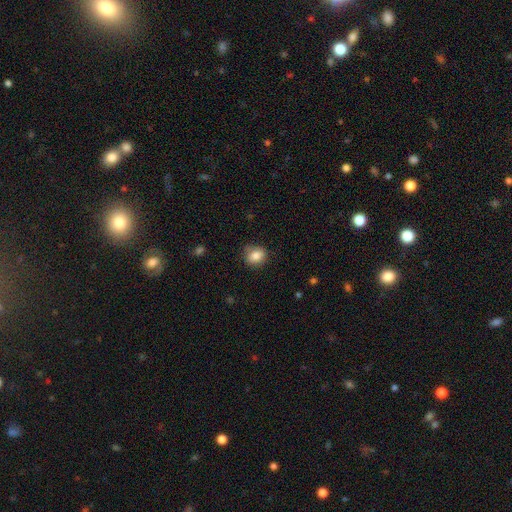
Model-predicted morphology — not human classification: smooth_or_featured: smooth (p=0.83) [alt: star or artifact p=0.09]
how_rounded: round (p=0.70) [alt: in between p=0.29]
merging: none (p=0.76) [alt: minor disturbance p=0.18]